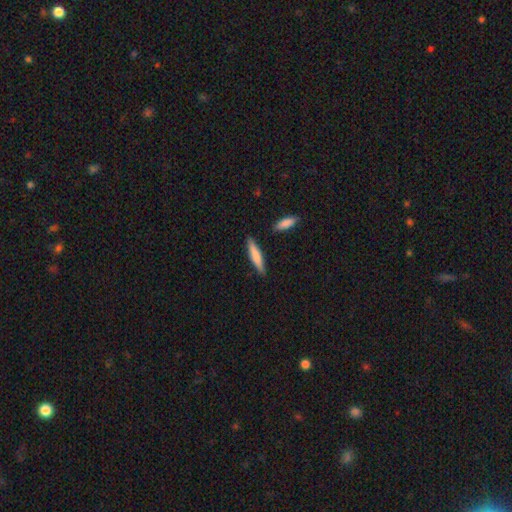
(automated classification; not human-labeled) This appears to be a smooth galaxy with no disk features (75%) that is cigar-shaped (86%). Merging: none (86%).